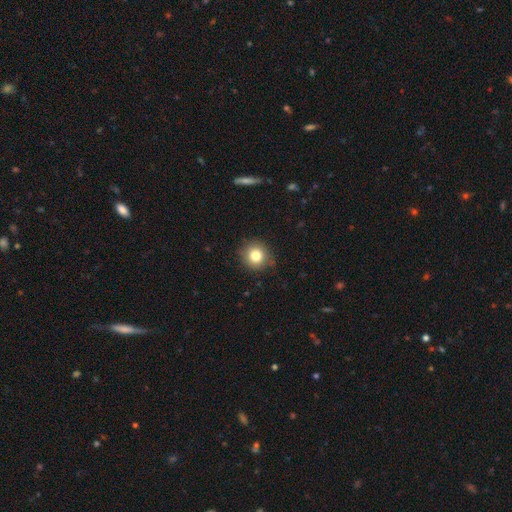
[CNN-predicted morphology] A smooth galaxy with no disk features (81%) that is round (91%).

Vote fractions:
- Smooth or featured? smooth: 81% / star or artifact: 11% / featured or disk: 8%
- How rounded? round: 91% / in between: 8% / cigar-shaped: 1%
- Merging? none: 85% / minor disturbance: 11% / major disturbance: 2% / merger: 1%